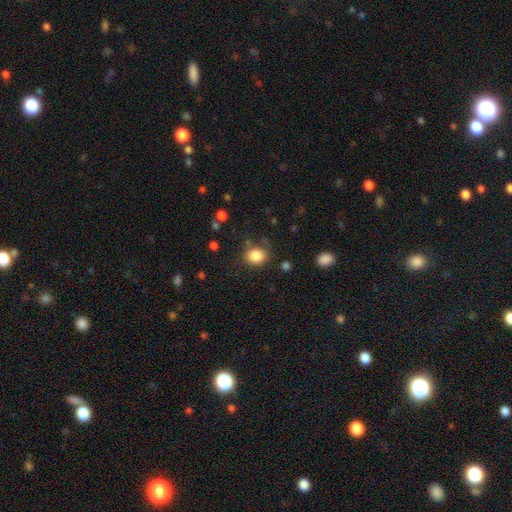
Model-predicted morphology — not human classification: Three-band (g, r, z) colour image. It shows a smooth galaxy with no disk features (84%) that is round (62%). Merging: none (76%).